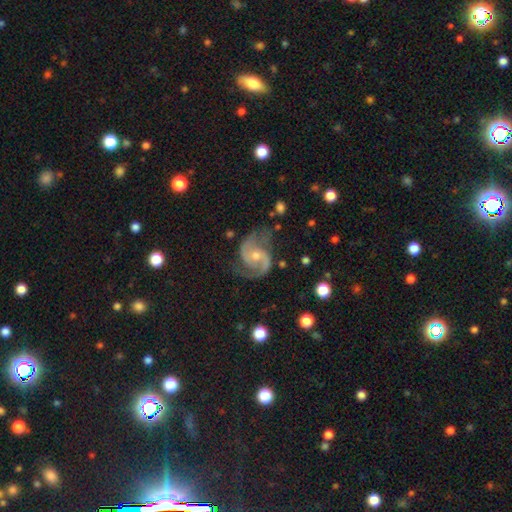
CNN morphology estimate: Q: Smooth or featured?
A: featured or disk (91%); runner-up: star or artifact (5%)
Q: Edge-on disk?
A: no (98%); runner-up: yes (2%)
Q: Bar?
A: no (58%); runner-up: weak (33%)
Q: Spiral arms?
A: yes (98%); runner-up: no (2%)
Q: Spiral winding?
A: medium (59%); runner-up: loose (22%)
Q: Spiral arm count?
A: 2 (92%); runner-up: can't tell (2%)
Q: Bulge size?
A: small (49%); runner-up: moderate (46%)
Q: Merging?
A: none (73%); runner-up: minor disturbance (18%)